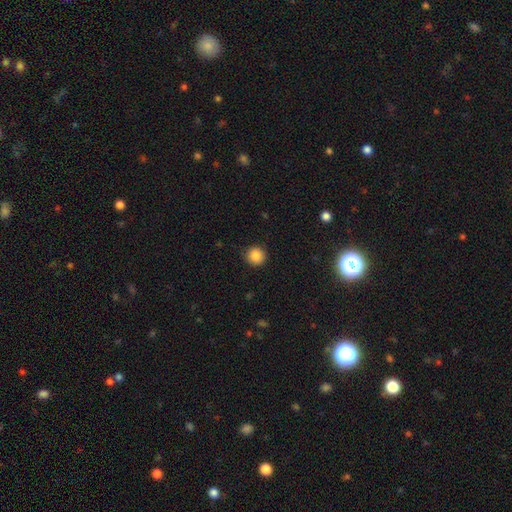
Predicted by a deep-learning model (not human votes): Smooth or featured: smooth — 87% (star or artifact — 10%)
How rounded: round — 93% (in between — 6%)
Merging: none — 89% (minor disturbance — 8%)